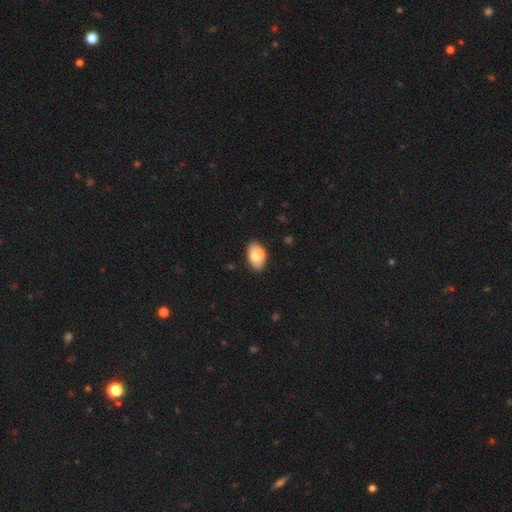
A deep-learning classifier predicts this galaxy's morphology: The model was most divided on "smooth or featured": smooth: 69%, featured or disk: 24%, star or artifact: 8%. More confident: how rounded — in between (90%); merging — none (73%).